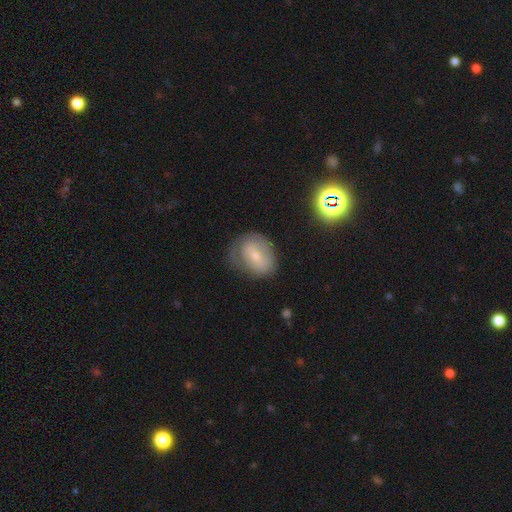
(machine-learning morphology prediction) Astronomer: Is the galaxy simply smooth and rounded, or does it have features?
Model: smooth — 45%, tied with featured or disk at 45%.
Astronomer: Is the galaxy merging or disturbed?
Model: none — 57%.